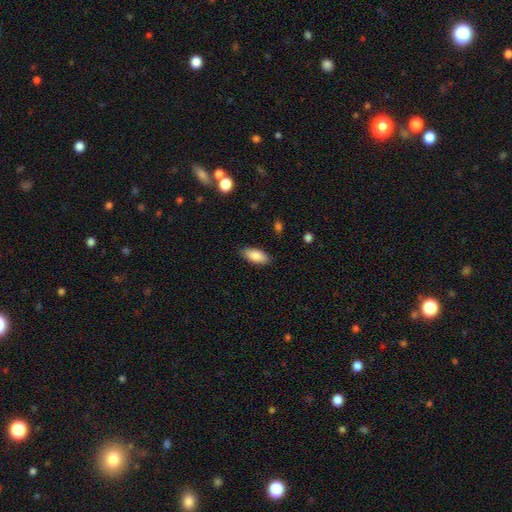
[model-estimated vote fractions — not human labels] A smooth galaxy with no disk features (85%) that is in between round and cigar-shaped (87%). Merging: none (87%).